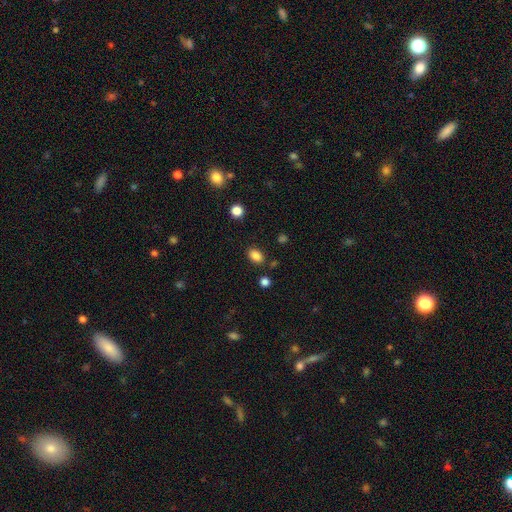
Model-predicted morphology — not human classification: The model was most divided on "how rounded": in between: 78%, round: 21%, cigar-shaped: 1%. More confident: smooth or featured — smooth (85%); merging — none (83%).